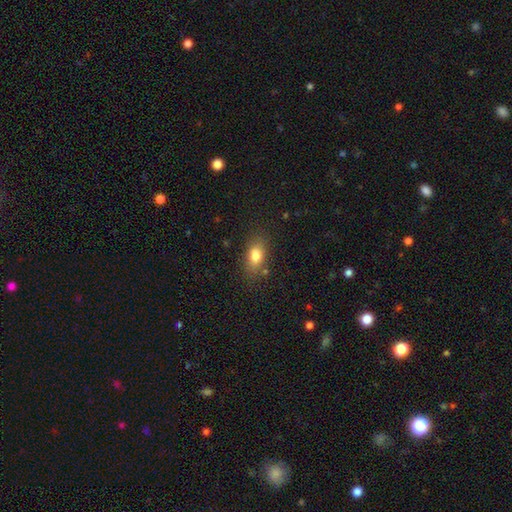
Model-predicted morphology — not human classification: Smooth or featured: smooth — 80% (featured or disk — 10%)
How rounded: in between — 82% (round — 12%)
Merging: none — 78% (minor disturbance — 15%)